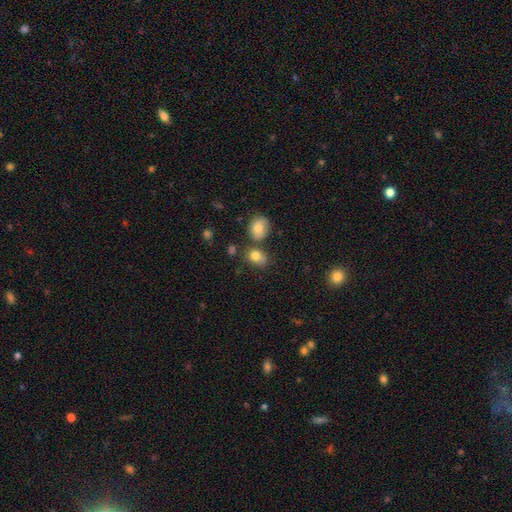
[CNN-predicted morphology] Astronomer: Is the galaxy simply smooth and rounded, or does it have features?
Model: smooth — 81%.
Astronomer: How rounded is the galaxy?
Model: round — 51% (runner-up: in between, 48%).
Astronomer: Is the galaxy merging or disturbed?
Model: none — 55%.